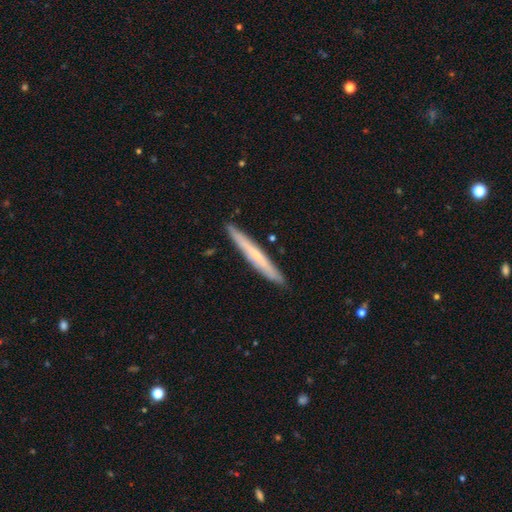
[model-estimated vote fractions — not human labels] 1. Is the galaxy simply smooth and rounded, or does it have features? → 48% featured or disk, 46% smooth, 7% star or artifact.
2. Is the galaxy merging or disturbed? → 90% none, 7% minor disturbance, 1% major disturbance, 1% merger.